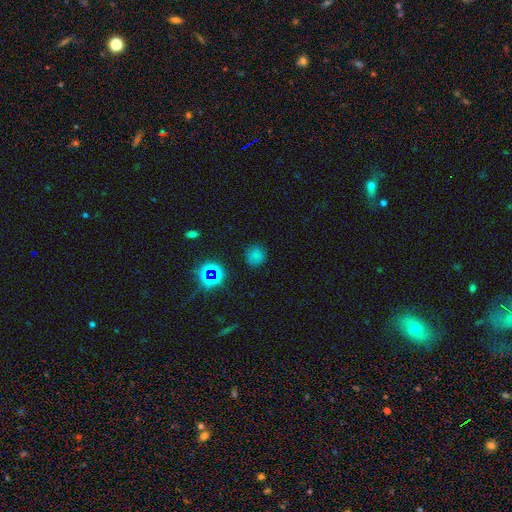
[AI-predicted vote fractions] Smooth or featured?
  - smooth: 67% *
  - star or artifact: 27%
  - featured or disk: 6%
How rounded?
  - round: 89% *
  - in between: 10%
  - cigar-shaped: 1%
Merging?
  - none: 84% *
  - minor disturbance: 11%
  - major disturbance: 4%
  - merger: 2%